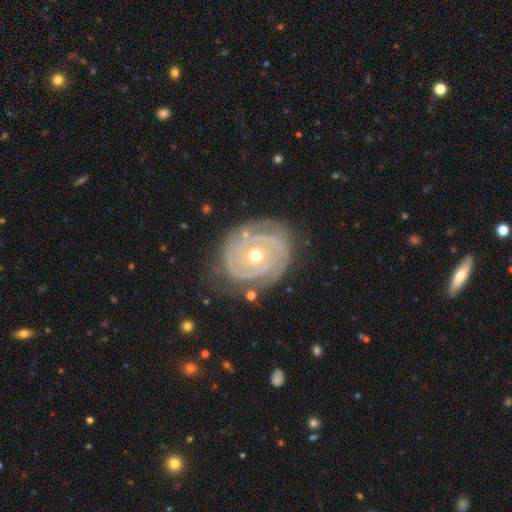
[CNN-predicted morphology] Overall: featured or disk (88%). Edge-on disk: no (97%). Bar: no (77%). Spiral arms: yes (94%). Spiral arm count: 2 (47%; can't tell 19%). Spiral winding: tight (80%). Bulge size: moderate (51%; small 46%). Merging: none (75%).